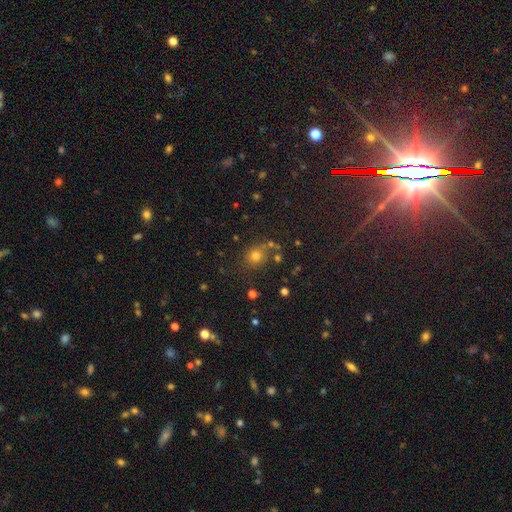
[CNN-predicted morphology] This is likely a smooth galaxy (67%). How rounded: clearly round (81%). Merging: likely none (70%).